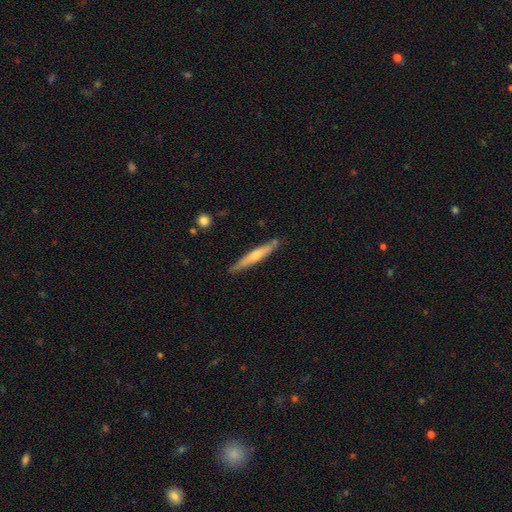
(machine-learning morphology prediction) Smooth or featured? Predicted: featured or disk (p=0.50). Edge-on disk? Predicted: yes (p=0.93). Merging? Predicted: none (p=0.84).